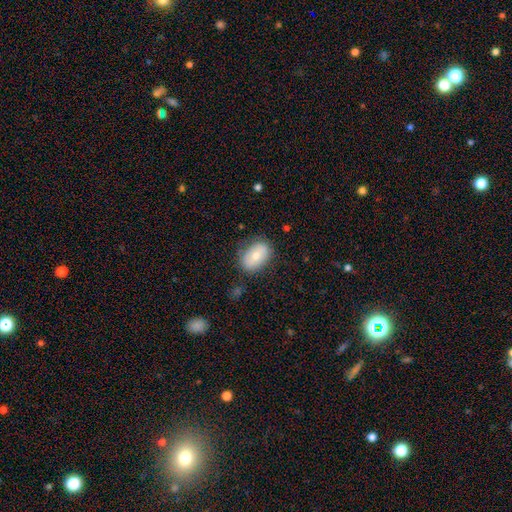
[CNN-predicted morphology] A smooth galaxy with no disk features (67%) that is in between round and cigar-shaped (84%). Merging: none (75%).